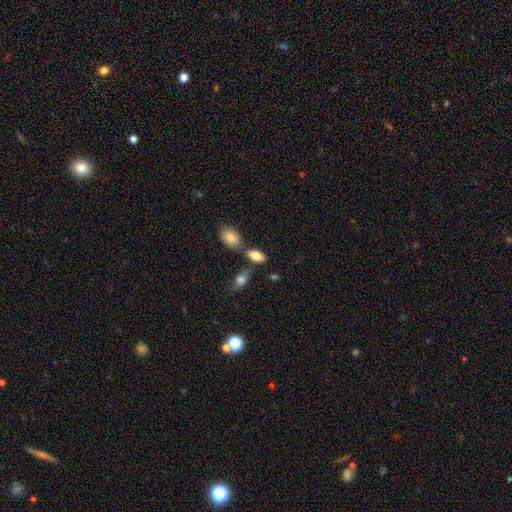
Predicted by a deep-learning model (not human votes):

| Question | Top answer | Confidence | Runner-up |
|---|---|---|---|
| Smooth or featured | smooth | 80% | featured or disk (12%) |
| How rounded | in between | 90% | round (5%) |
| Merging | none | 63% | merger (19%) |